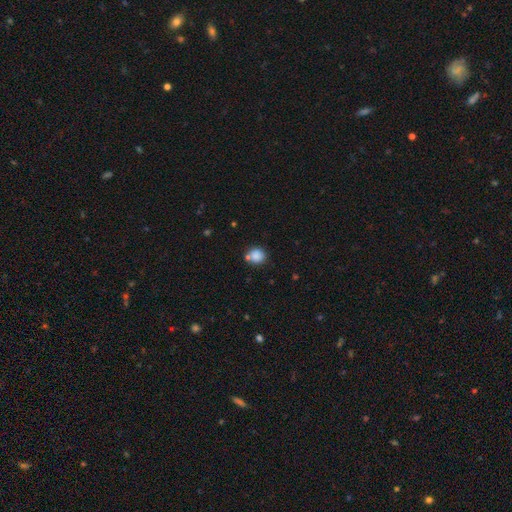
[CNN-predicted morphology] This is clearly a smooth galaxy (85%). How rounded: clearly round (83%). Merging: likely none (68%).